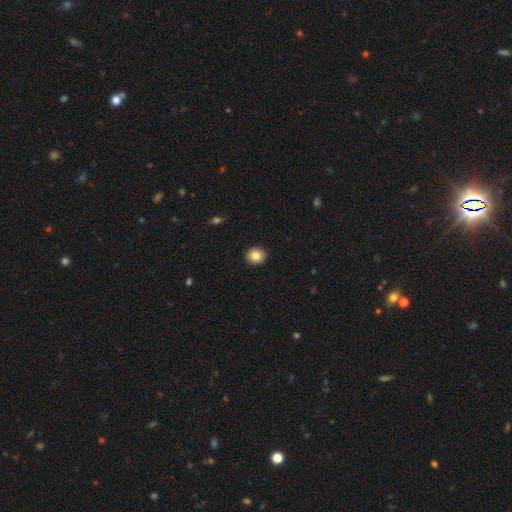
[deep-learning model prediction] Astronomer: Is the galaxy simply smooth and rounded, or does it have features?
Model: smooth — 83%.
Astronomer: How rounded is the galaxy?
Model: round — 77%.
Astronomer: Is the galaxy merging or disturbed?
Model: none — 92%.